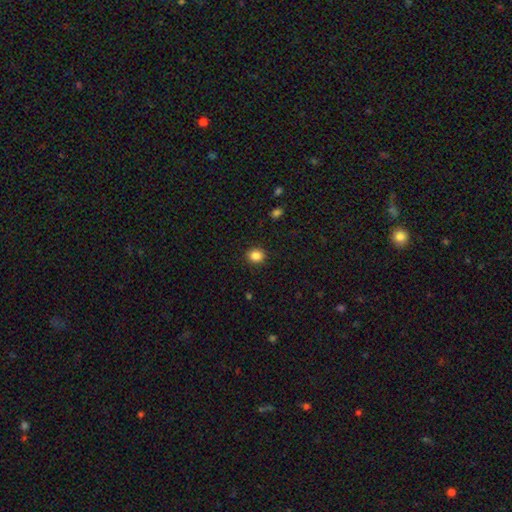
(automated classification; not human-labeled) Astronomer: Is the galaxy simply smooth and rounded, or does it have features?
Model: smooth — 86%.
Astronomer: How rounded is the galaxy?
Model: round — 72%.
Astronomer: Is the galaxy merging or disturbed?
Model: none — 91%.